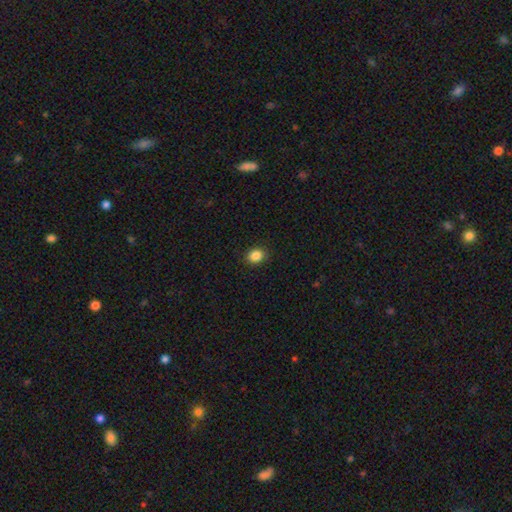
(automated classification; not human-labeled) Smooth or featured? Predicted: smooth (p=0.86). How rounded? Predicted: round (p=0.62). Merging? Predicted: none (p=0.90).